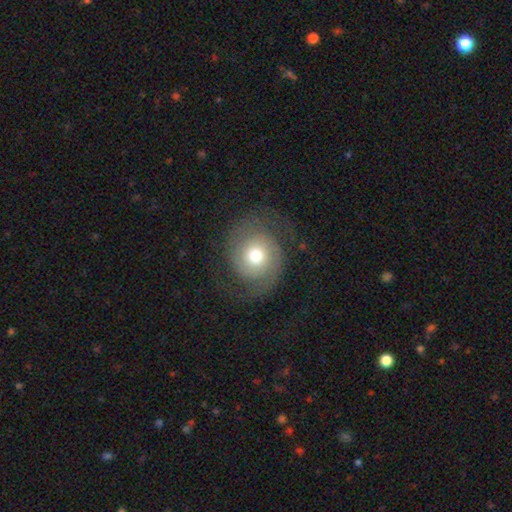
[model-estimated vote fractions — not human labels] A featured or disk galaxy (66%) with no bar (77%), 2 (82%) medium (41%) spiral arms (88%) and a moderate central bulge (67%).

Vote fractions:
- Smooth or featured? featured or disk: 66% / smooth: 26% / star or artifact: 8%
- Edge-on disk? no: 97% / yes: 3%
- Bar? no: 77% / weak: 18% / strong: 5%
- Spiral arms? yes: 88% / no: 12%
- Spiral winding? medium: 41% / tight: 30% / loose: 29%
- Spiral arm count? 2: 82% / can't tell: 7% / 1: 6% / 3: 2% / 4: 1% / more than 4: 1%
- Bulge size? moderate: 67% / small: 18% / large: 12% / dominant: 3% / none: 1%
- Merging? none: 68% / major disturbance: 16% / minor disturbance: 14% / merger: 1%